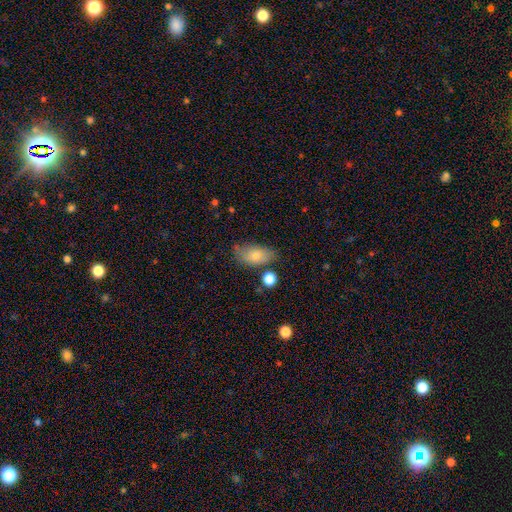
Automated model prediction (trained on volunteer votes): Q: Smooth or featured?
A: smooth (77%); runner-up: featured or disk (16%)
Q: How rounded?
A: in between (91%); runner-up: round (6%)
Q: Merging?
A: none (62%); runner-up: minor disturbance (25%)